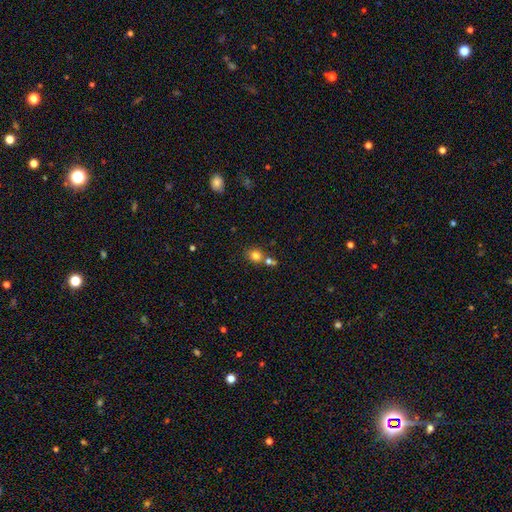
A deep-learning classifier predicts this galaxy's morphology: This is likely a smooth galaxy (78%). How rounded: likely round (70%). Merging: possibly none (58%).